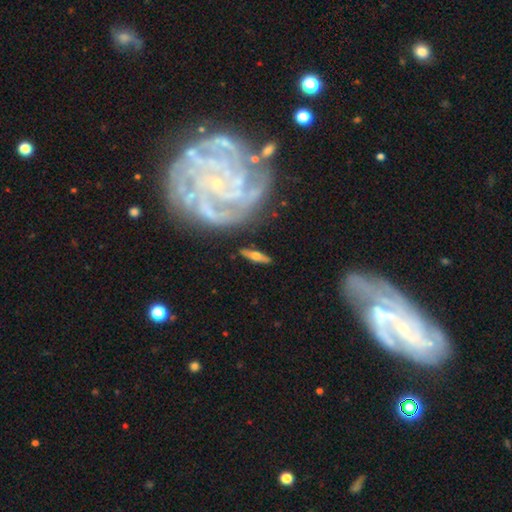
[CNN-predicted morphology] type=featured or disk (56%); edge-on=yes (70%); merging=none (80%).